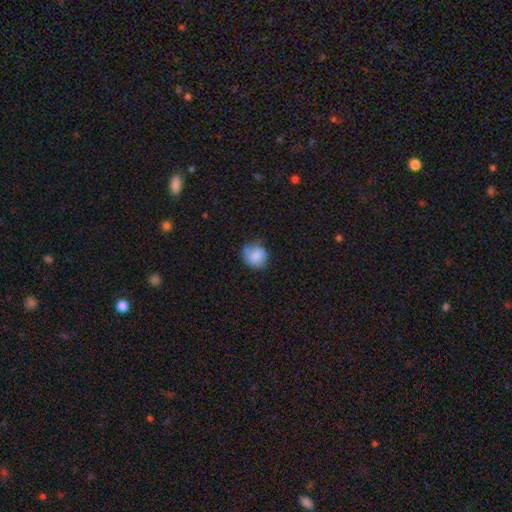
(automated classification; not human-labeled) Morphology: type=smooth (81%); roundness=round (83%); merging=none (63%).